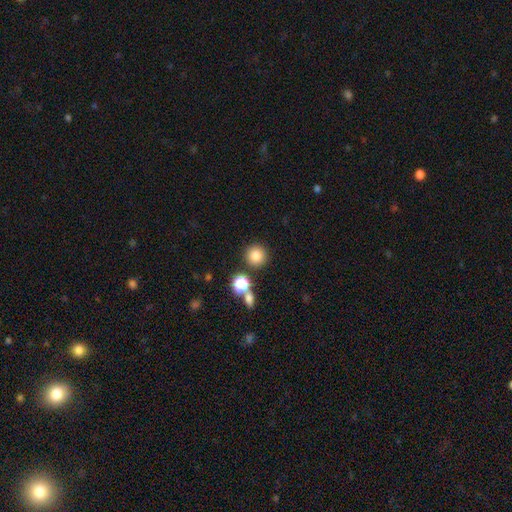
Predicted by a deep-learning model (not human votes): smooth_or_featured: smooth (p=0.81) [alt: star or artifact p=0.13]
how_rounded: round (p=0.94) [alt: in between p=0.05]
merging: none (p=0.84) [alt: merger p=0.07]